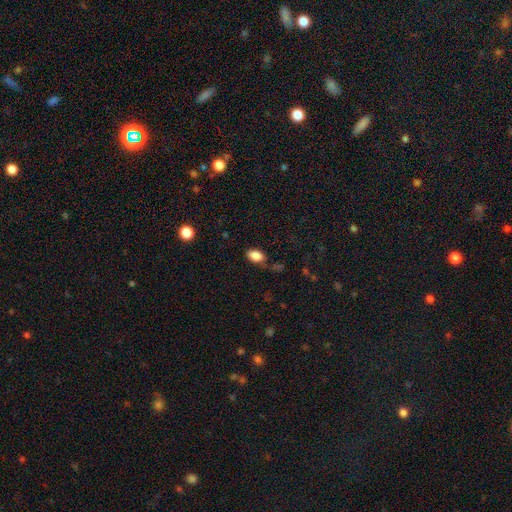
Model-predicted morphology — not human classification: Q: Smooth or featured?
A: smooth (85%); runner-up: star or artifact (8%)
Q: How rounded?
A: in between (91%); runner-up: round (7%)
Q: Merging?
A: none (66%); runner-up: minor disturbance (21%)